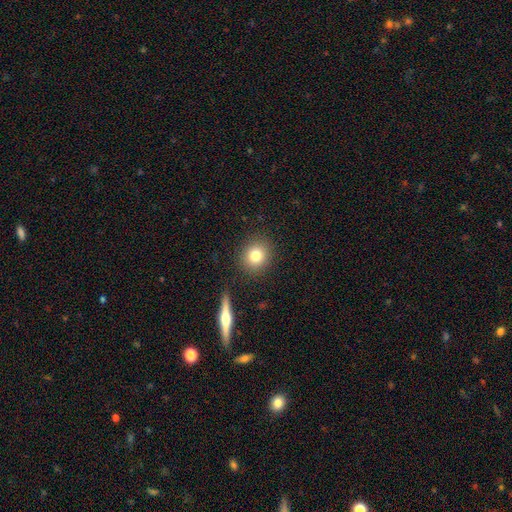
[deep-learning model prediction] The model was most divided on "smooth or featured": smooth: 79%, featured or disk: 11%, star or artifact: 10%. More confident: merging — none (88%); how rounded — round (85%).